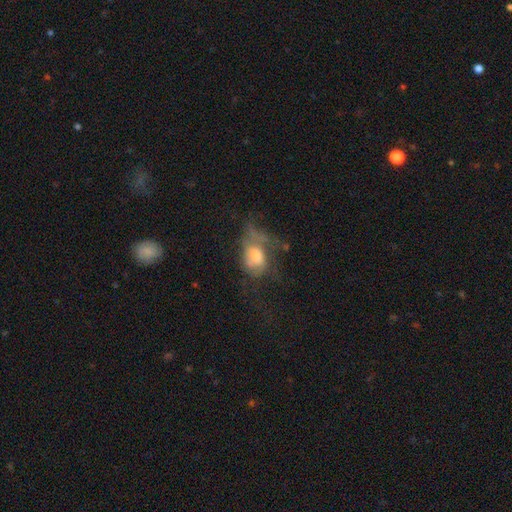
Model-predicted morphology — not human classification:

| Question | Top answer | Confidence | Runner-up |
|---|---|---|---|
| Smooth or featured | smooth | 44% | tied: featured or disk (44%) |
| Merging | major disturbance | 50% | none (25%) |